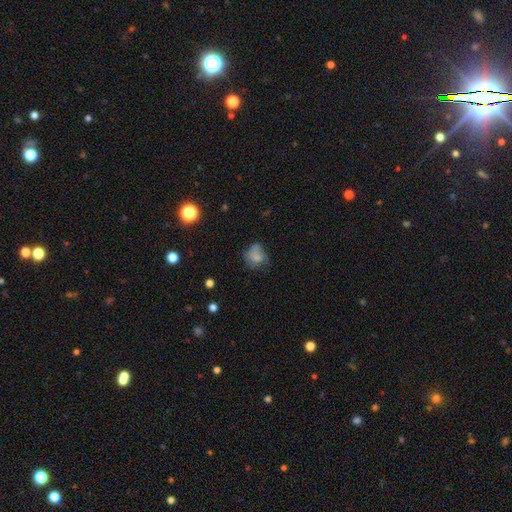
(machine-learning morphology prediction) smooth-or-featured: smooth: 65% | featured or disk: 22% | star or artifact: 13%
  how-rounded: round: 60% | in between: 39% | cigar-shaped: 1%
  merging: none: 42% | minor disturbance: 30% | major disturbance: 21% | merger: 7%